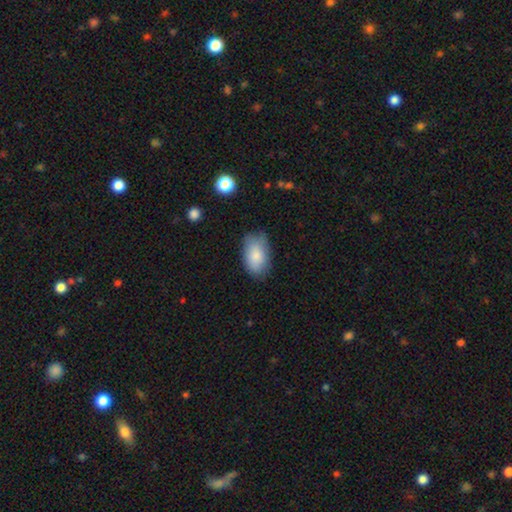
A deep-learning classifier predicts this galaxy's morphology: Overall: smooth (85%). How rounded: in between (93%). Merging: none (75%).